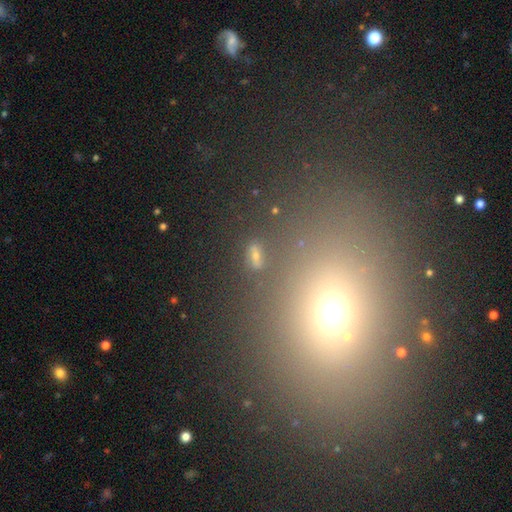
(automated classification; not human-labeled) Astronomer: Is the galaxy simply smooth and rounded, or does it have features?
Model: smooth — 53% (runner-up: star or artifact, 35%).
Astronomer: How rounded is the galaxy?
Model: in between — 51% (runner-up: round, 46%).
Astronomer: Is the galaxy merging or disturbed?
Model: none — 77%.